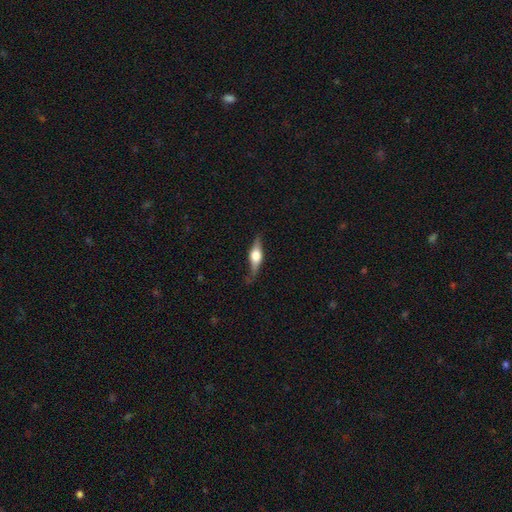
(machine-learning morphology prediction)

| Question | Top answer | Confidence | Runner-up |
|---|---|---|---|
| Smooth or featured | featured or disk | 59% | smooth (35%) |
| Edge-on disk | yes | 93% | no (7%) |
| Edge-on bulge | rounded | 91% | boxy (7%) |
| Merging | none | 73% | minor disturbance (20%) |